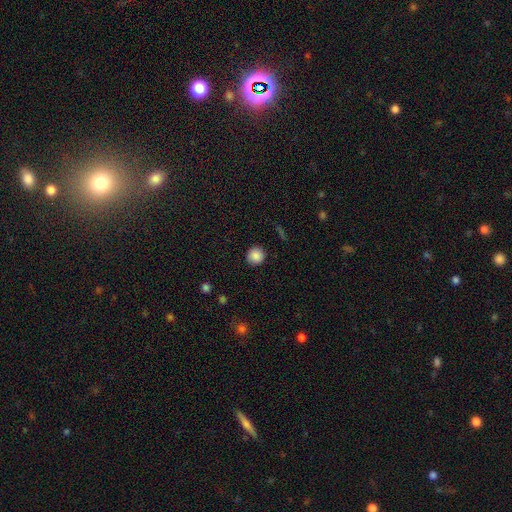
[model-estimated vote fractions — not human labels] smooth_or_featured: smooth (p=0.87) [alt: star or artifact p=0.09]
how_rounded: round (p=0.93) [alt: in between p=0.06]
merging: none (p=0.91) [alt: minor disturbance p=0.06]